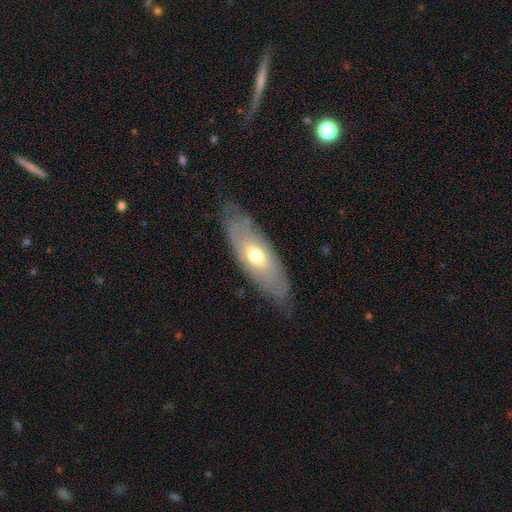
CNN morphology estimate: smooth_or_featured: featured or disk (p=0.50) [alt: smooth p=0.44]
disk_edge_on: no (p=0.71) [alt: yes p=0.29]
merging: none (p=0.75) [alt: minor disturbance p=0.18]